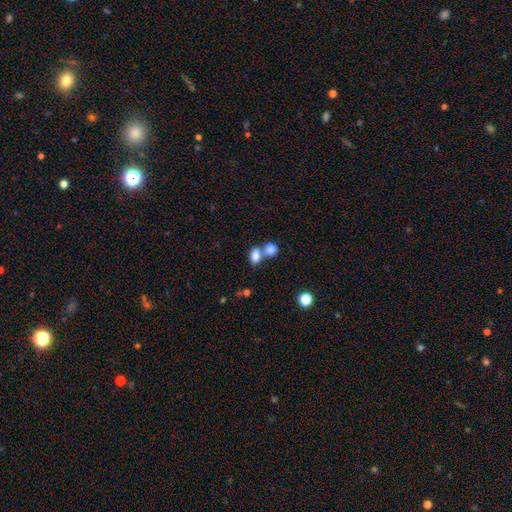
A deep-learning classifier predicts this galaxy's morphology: A smooth galaxy with no disk features (82%) that is in between round and cigar-shaped (77%).

Vote fractions:
- Smooth or featured? smooth: 82% / featured or disk: 9% / star or artifact: 9%
- How rounded? in between: 77% / round: 21% / cigar-shaped: 2%
- Merging? merger: 55% / none: 34% / minor disturbance: 8% / major disturbance: 4%